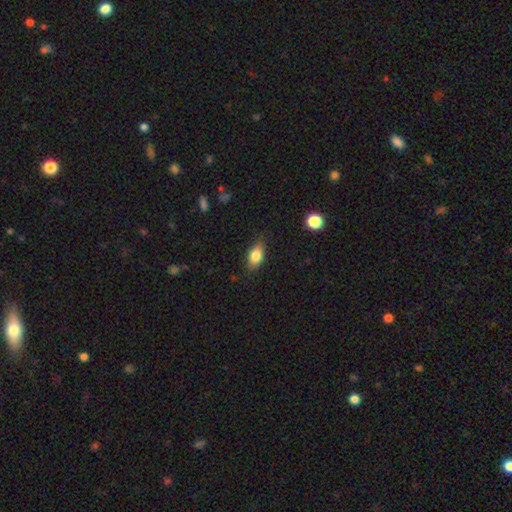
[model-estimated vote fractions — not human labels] This is clearly a smooth galaxy (80%). How rounded: clearly in between (85%). Merging: clearly none (82%).